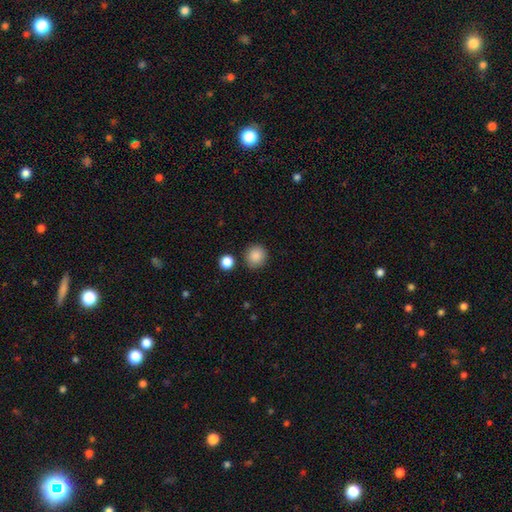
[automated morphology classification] A smooth galaxy with no disk features (88%) that is round (90%).

Vote fractions:
- Smooth or featured? smooth: 88% / star or artifact: 9% / featured or disk: 3%
- How rounded? round: 90% / in between: 9% / cigar-shaped: 1%
- Merging? none: 87% / minor disturbance: 8% / merger: 3% / major disturbance: 3%